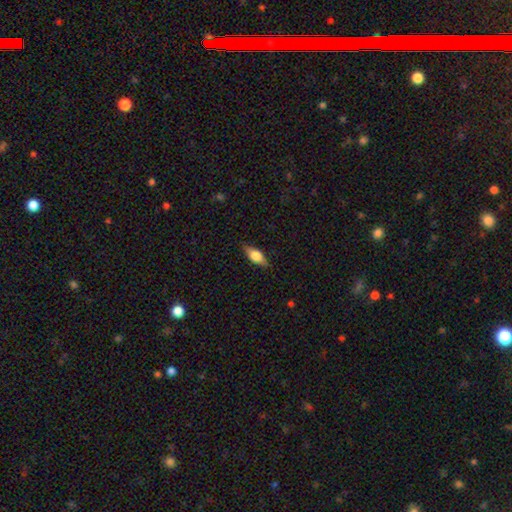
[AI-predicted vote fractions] This appears to be a smooth galaxy with no disk features (63%) that is in between round and cigar-shaped (77%). Merging: none (83%).